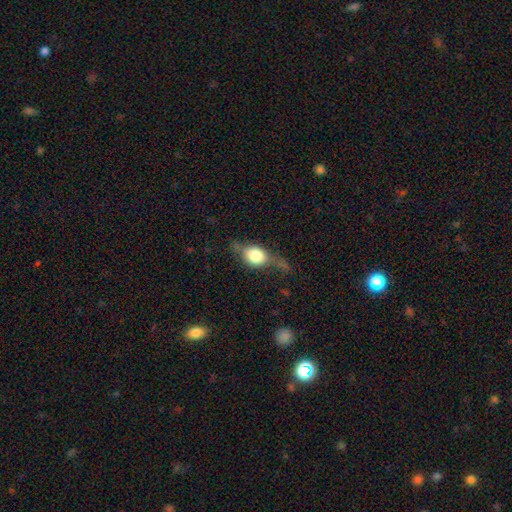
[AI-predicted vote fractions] smooth 52%, featured or disk 39%, star or artifact 9%. Down the decision tree: how rounded — in between (55%); merging — none (46%).